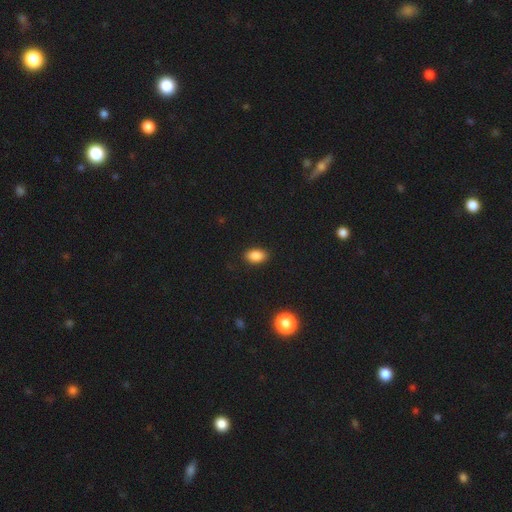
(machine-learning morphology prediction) Smooth or featured?
  - smooth: 86% *
  - star or artifact: 10%
  - featured or disk: 4%
How rounded?
  - in between: 88% *
  - round: 10%
  - cigar-shaped: 2%
Merging?
  - none: 88% *
  - minor disturbance: 9%
  - major disturbance: 2%
  - merger: 1%